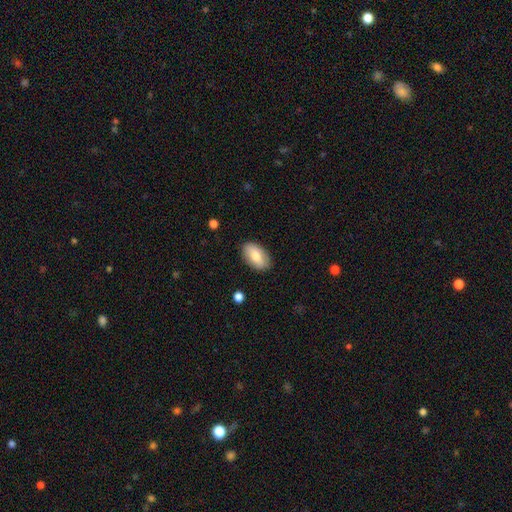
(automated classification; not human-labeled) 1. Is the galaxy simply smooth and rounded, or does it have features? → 75% smooth, 19% featured or disk, 6% star or artifact.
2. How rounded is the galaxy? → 93% in between, 4% round, 2% cigar-shaped.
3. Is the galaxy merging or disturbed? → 86% none, 10% minor disturbance, 2% major disturbance, 1% merger.